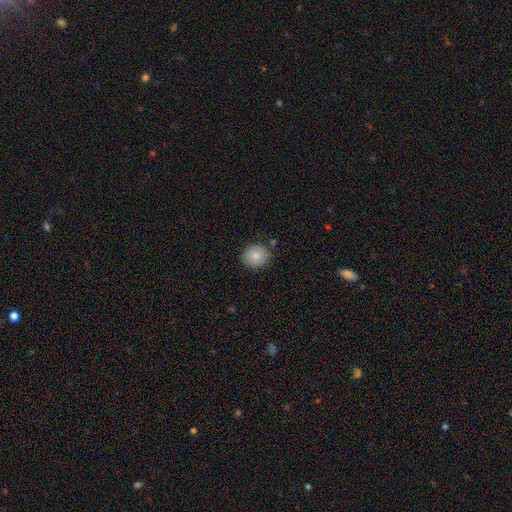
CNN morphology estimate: Q: Smooth or featured?
A: smooth (83%); runner-up: star or artifact (9%)
Q: How rounded?
A: round (81%); runner-up: in between (18%)
Q: Merging?
A: none (83%); runner-up: minor disturbance (11%)